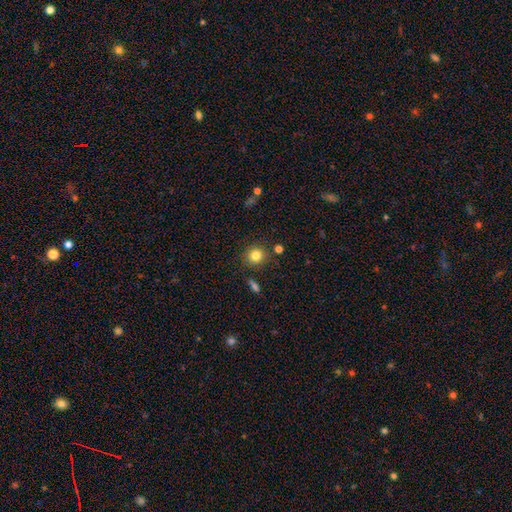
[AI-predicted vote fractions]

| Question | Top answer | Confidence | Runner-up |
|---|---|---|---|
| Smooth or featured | smooth | 81% | star or artifact (12%) |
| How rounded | round | 87% | in between (12%) |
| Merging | none | 84% | minor disturbance (9%) |